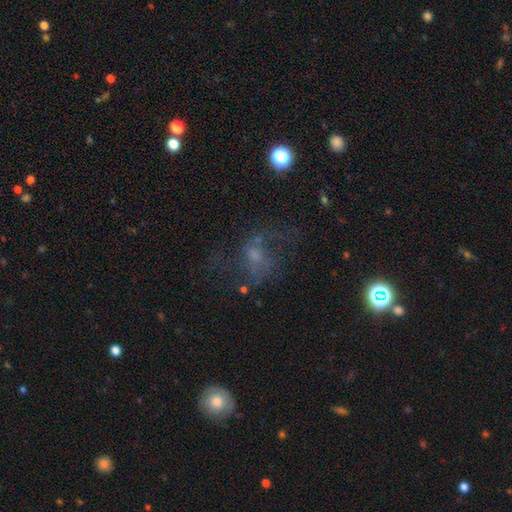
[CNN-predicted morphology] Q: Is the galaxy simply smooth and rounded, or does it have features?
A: featured or disk — 48%.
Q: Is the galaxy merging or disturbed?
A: none — 47%.